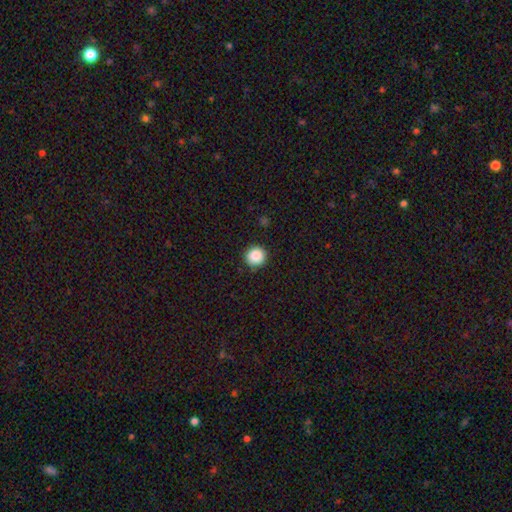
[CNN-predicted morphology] This appears to be a smooth galaxy with no disk features (87%) that is round (94%). Merging: none (89%).